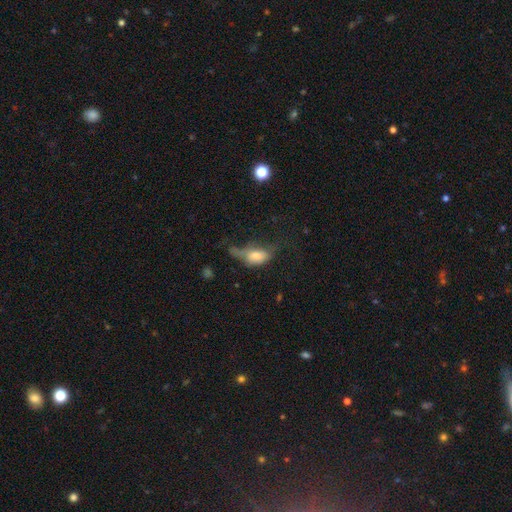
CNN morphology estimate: This appears to be a smooth galaxy with no disk features (65%) that is in between round and cigar-shaped (84%). Merging: major disturbance (45%).